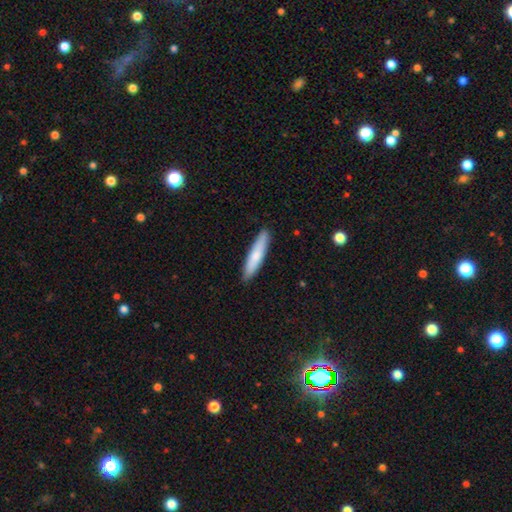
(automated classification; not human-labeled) Overall: smooth (75%). How rounded: cigar-shaped (88%). Merging: none (90%).